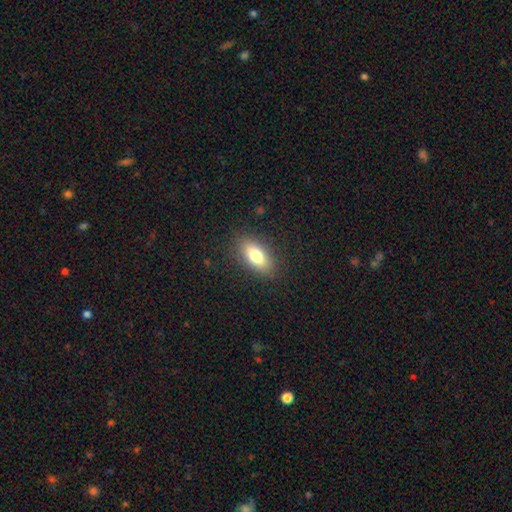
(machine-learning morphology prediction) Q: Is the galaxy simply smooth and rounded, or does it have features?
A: smooth — 76%.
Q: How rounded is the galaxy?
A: in between — 84%.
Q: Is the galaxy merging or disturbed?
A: none — 86%.